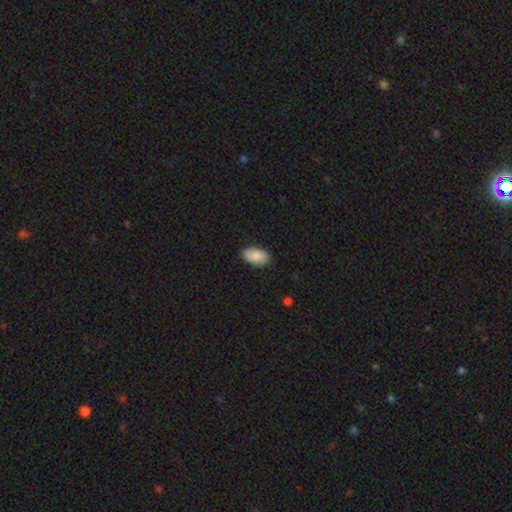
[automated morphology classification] smooth_or_featured: smooth (p=0.85) [alt: featured or disk p=0.09]
how_rounded: in between (p=0.93) [alt: round p=0.05]
merging: none (p=0.86) [alt: minor disturbance p=0.11]